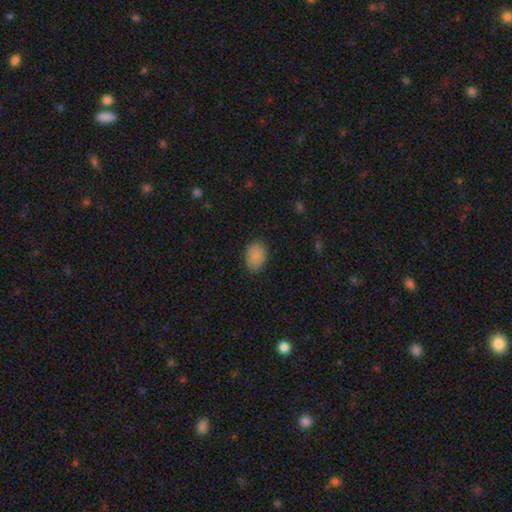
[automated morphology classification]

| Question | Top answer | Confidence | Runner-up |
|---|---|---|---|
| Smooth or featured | smooth | 86% | star or artifact (8%) |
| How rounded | in between | 79% | round (20%) |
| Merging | none | 84% | minor disturbance (13%) |